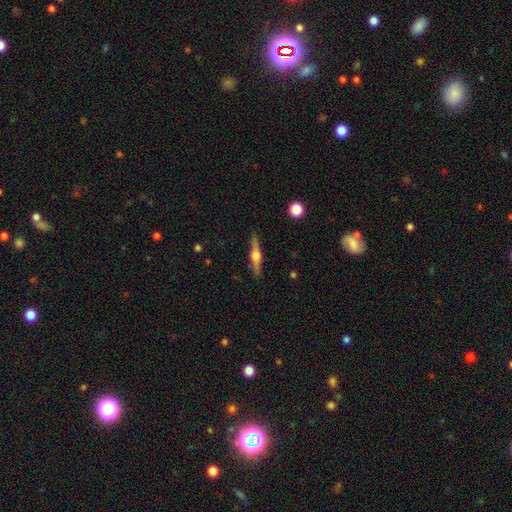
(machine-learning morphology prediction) featured or disk 75%, smooth 19%, star or artifact 6%. Down the decision tree: edge-on disk — yes (98%); edge-on bulge — rounded (91%); merging — none (89%).